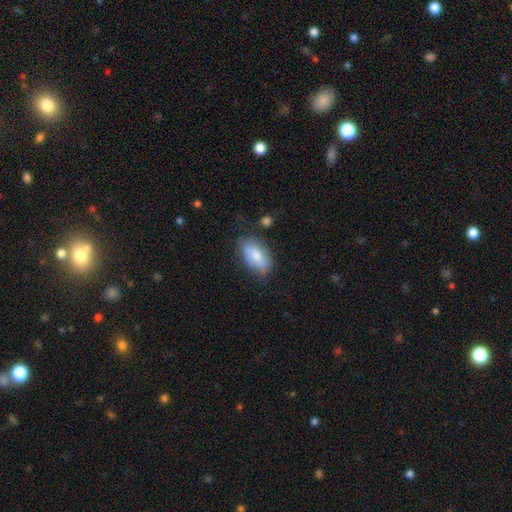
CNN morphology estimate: This appears to be a smooth galaxy with no disk features (67%) that is in between round and cigar-shaped (92%). Merging: none (62%).